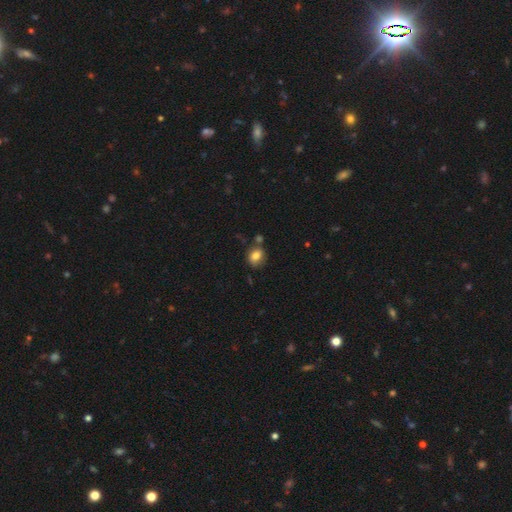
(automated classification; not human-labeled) This appears to be a smooth galaxy with no disk features (80%) that is round (54%). Merging: none (68%).